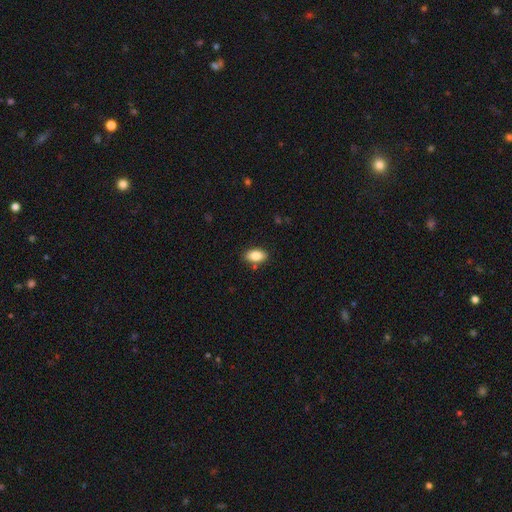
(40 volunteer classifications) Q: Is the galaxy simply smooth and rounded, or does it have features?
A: smooth — 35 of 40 (88%).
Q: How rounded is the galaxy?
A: in between — 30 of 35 (86%).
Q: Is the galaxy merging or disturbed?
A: none — 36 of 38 (95%).